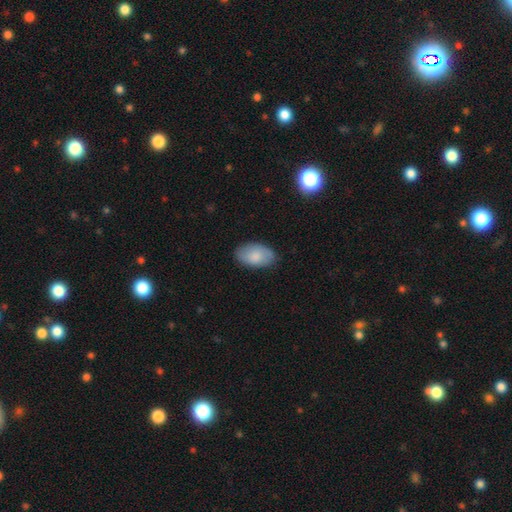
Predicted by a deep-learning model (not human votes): Smooth or featured: smooth — 82% (featured or disk — 12%)
How rounded: in between — 94% (round — 4%)
Merging: none — 83% (minor disturbance — 13%)